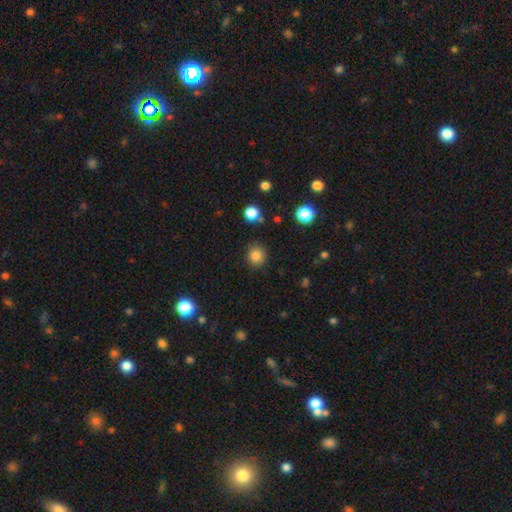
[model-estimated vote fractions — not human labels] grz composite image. It shows a smooth galaxy with no disk features (83%) that is round (85%). Merging: none (87%).